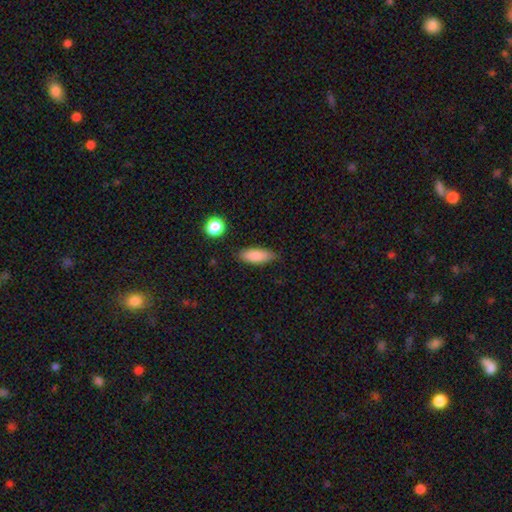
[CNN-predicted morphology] This appears to be a smooth galaxy with no disk features (85%) that is in between round and cigar-shaped (71%). Merging: none (81%).